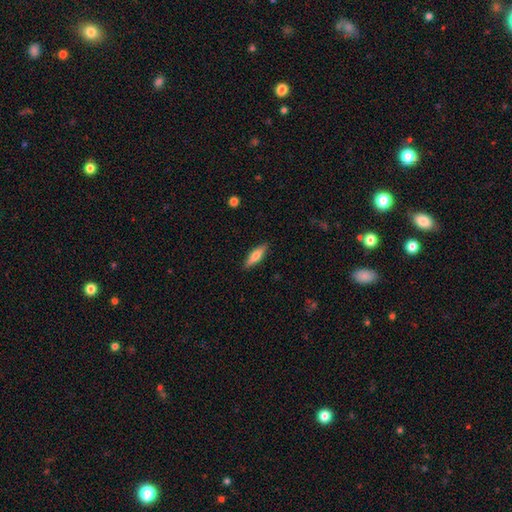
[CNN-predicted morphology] Smooth or featured? smooth (64%)
How rounded? cigar-shaped (61%)
Merging? none (88%)